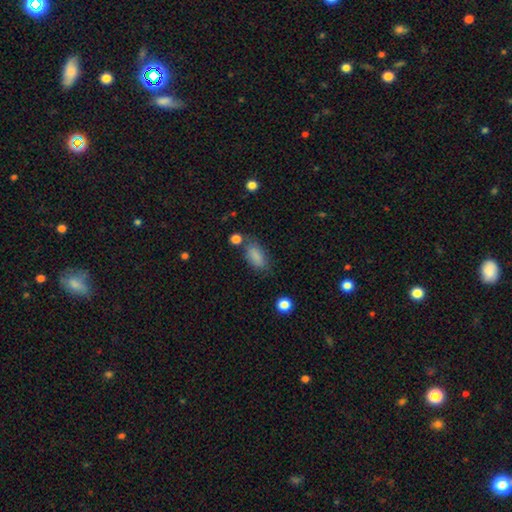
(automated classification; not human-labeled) A smooth galaxy with no disk features (85%) that is in between round and cigar-shaped (88%).

Vote fractions:
- Smooth or featured? smooth: 85% / star or artifact: 9% / featured or disk: 6%
- How rounded? in between: 88% / cigar-shaped: 7% / round: 4%
- Merging? none: 64% / minor disturbance: 21% / merger: 8% / major disturbance: 7%